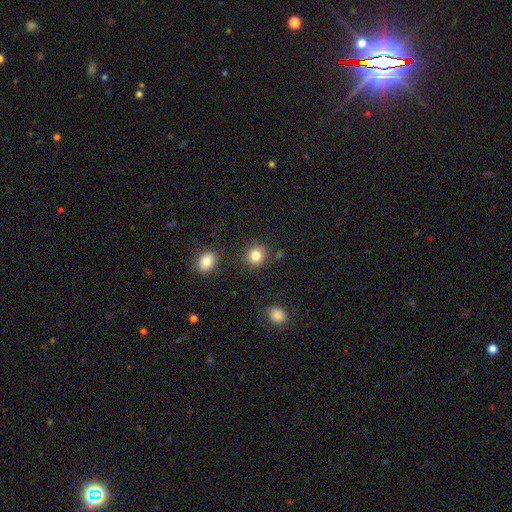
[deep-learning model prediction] Q: Smooth or featured?
A: smooth (83%); runner-up: star or artifact (10%)
Q: How rounded?
A: round (84%); runner-up: in between (15%)
Q: Merging?
A: none (86%); runner-up: minor disturbance (8%)